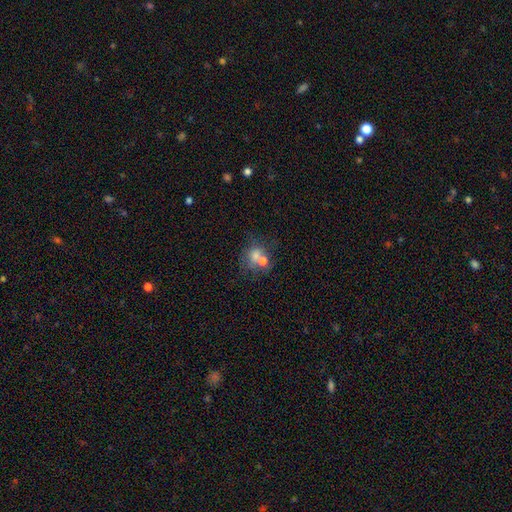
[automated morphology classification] smooth 59%, featured or disk 22%, star or artifact 19%. Down the decision tree: how rounded — round (67%); merging — none (42%).